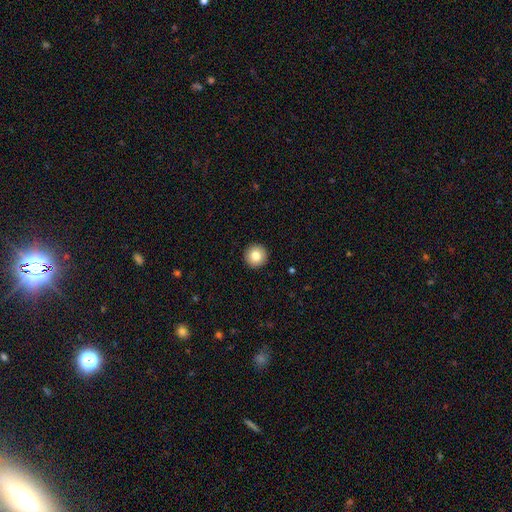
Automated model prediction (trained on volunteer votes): Smooth or featured? smooth (82%)
How rounded? round (96%)
Merging? none (93%)